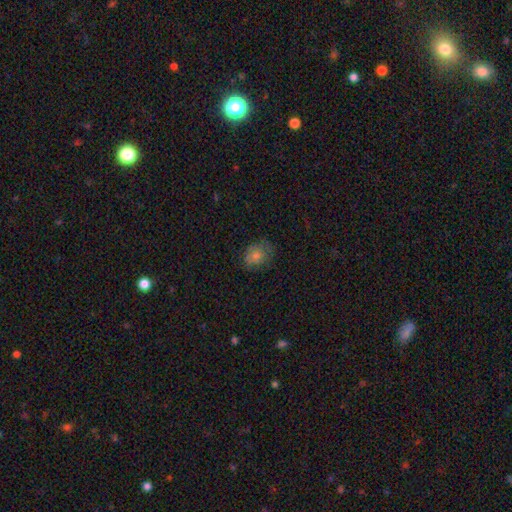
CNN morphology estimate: This appears to be a smooth galaxy with no disk features (65%) that is in between round and cigar-shaped (58%). Merging: none (69%).